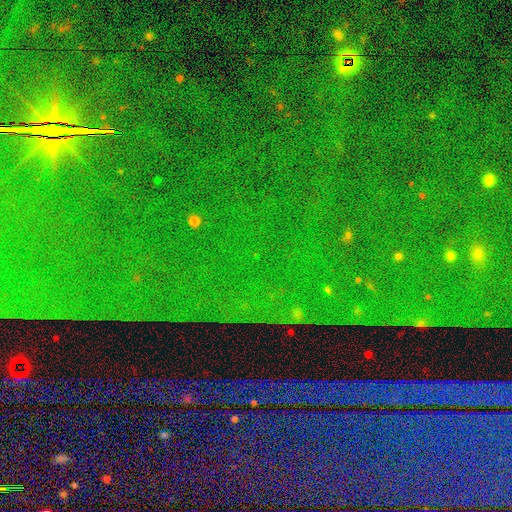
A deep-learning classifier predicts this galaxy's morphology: smooth-or-featured: star or artifact: 87% | featured or disk: 7% | smooth: 7%